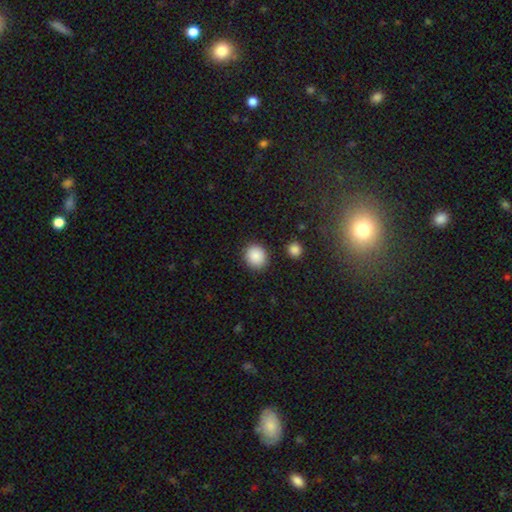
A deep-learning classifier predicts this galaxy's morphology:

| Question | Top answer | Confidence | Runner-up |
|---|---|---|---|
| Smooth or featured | smooth | 89% | star or artifact (8%) |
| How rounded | round | 80% | in between (19%) |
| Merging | none | 88% | minor disturbance (7%) |